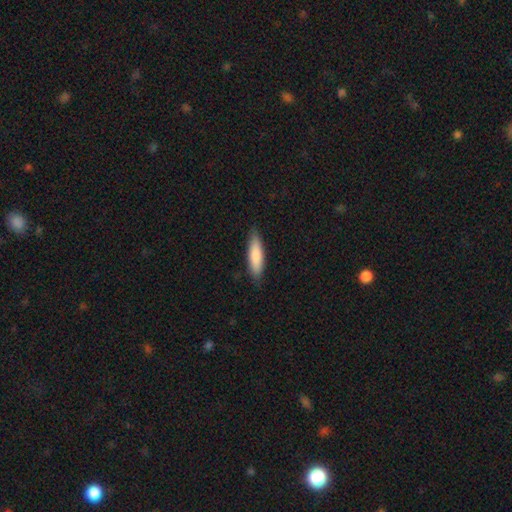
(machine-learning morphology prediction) type=smooth (83%); roundness=cigar-shaped (62%); merging=none (84%).